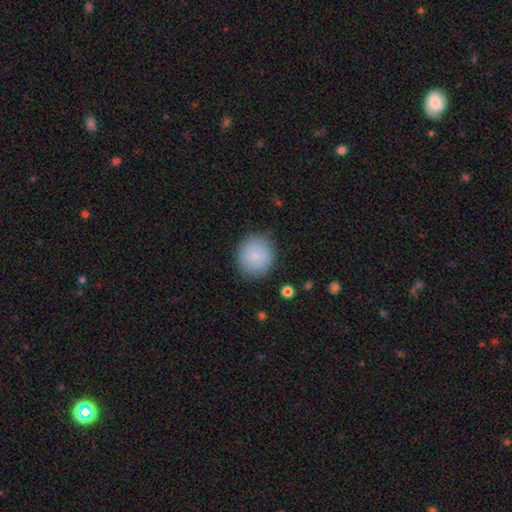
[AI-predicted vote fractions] Overall: smooth (82%). How rounded: round (89%). Merging: none (86%).